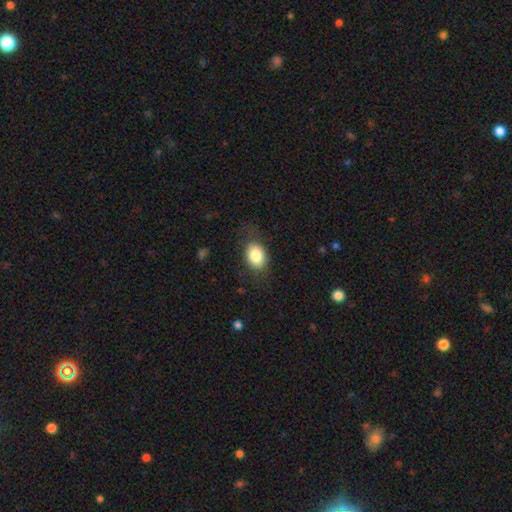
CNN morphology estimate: This is clearly a smooth galaxy (82%). How rounded: likely in between (75%). Merging: likely none (76%).